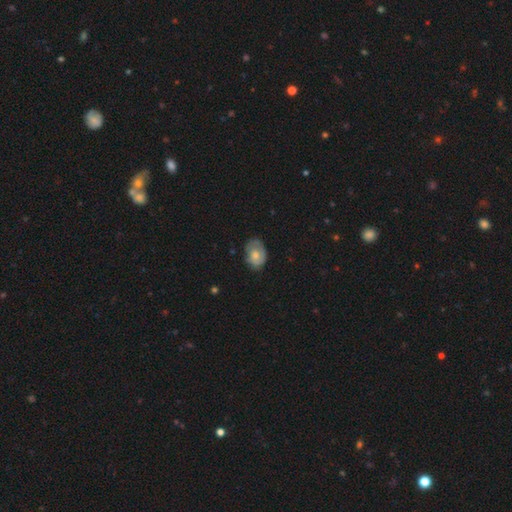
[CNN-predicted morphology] The model was most divided on "smooth or featured": smooth: 53%, featured or disk: 41%, star or artifact: 7%. More confident: how rounded — in between (74%); merging — none (65%).